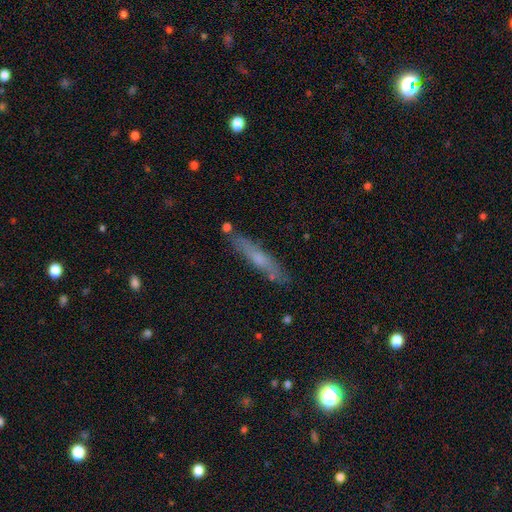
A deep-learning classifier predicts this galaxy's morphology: Q: Smooth or featured?
A: featured or disk (48%); runner-up: smooth (42%)
Q: Merging?
A: none (84%); runner-up: minor disturbance (12%)